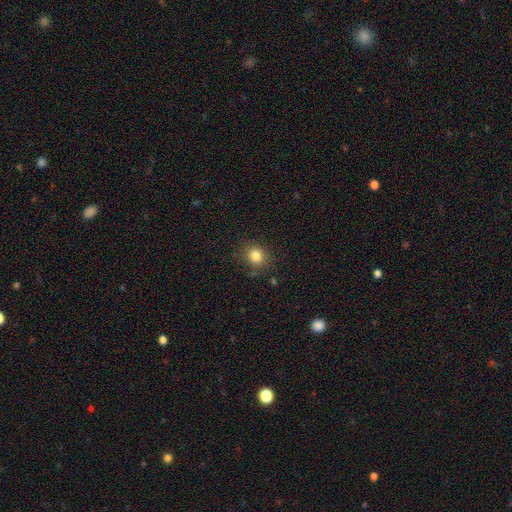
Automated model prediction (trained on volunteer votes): smooth_or_featured: smooth (p=0.82) [alt: star or artifact p=0.12]
how_rounded: round (p=0.79) [alt: in between p=0.20]
merging: none (p=0.84) [alt: minor disturbance p=0.11]